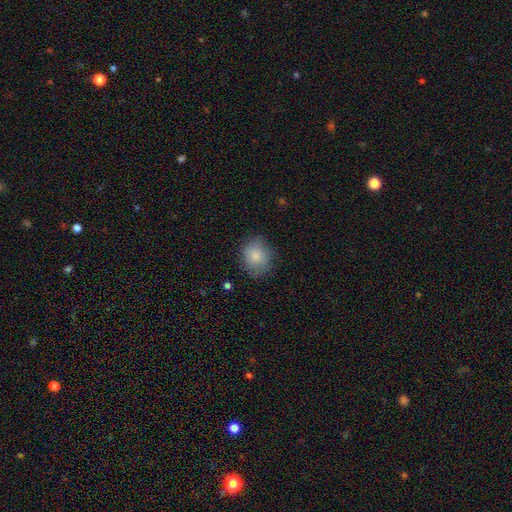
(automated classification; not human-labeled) Smooth or featured?
  - smooth: 81% *
  - featured or disk: 11%
  - star or artifact: 8%
How rounded?
  - round: 71% *
  - in between: 28%
  - cigar-shaped: 1%
Merging?
  - none: 73% *
  - minor disturbance: 20%
  - major disturbance: 5%
  - merger: 1%